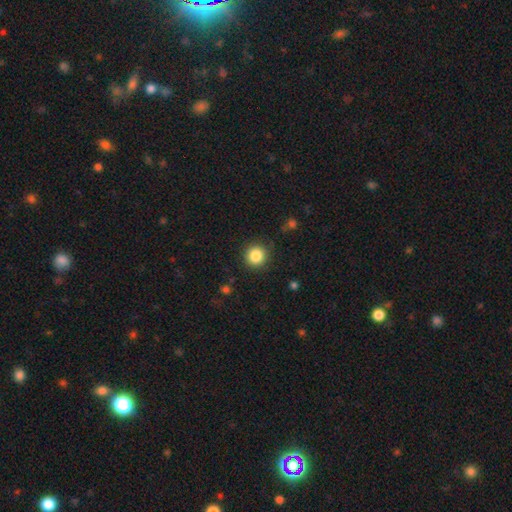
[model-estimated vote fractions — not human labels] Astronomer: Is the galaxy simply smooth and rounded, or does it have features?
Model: smooth — 85%.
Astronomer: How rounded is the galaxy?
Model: round — 94%.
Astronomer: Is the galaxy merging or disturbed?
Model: none — 90%.